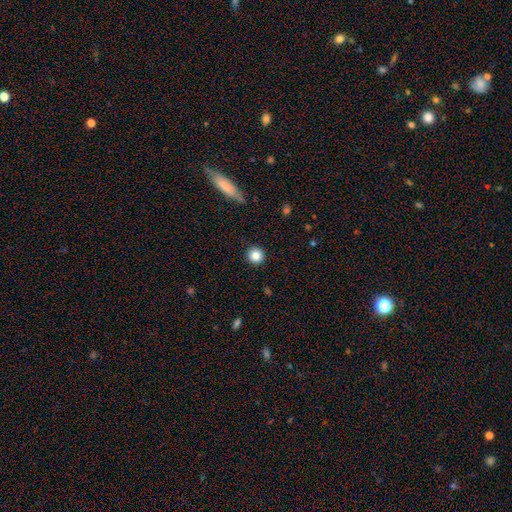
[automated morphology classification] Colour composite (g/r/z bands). It shows a smooth galaxy with no disk features (84%) that is round (94%). Merging: none (91%).